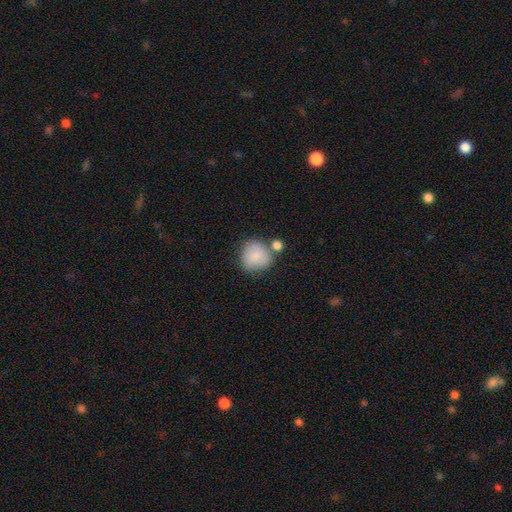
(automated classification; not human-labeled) Q: Smooth or featured?
A: smooth (81%); runner-up: featured or disk (11%)
Q: How rounded?
A: round (83%); runner-up: in between (16%)
Q: Merging?
A: none (52%); runner-up: merger (21%)